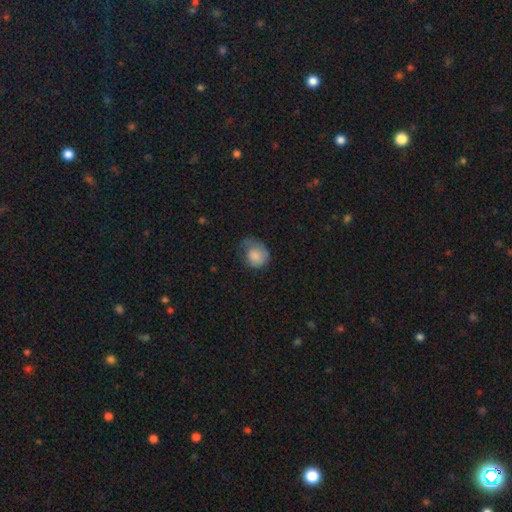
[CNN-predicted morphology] type=smooth (74%); roundness=round (60%); merging=none (35%).